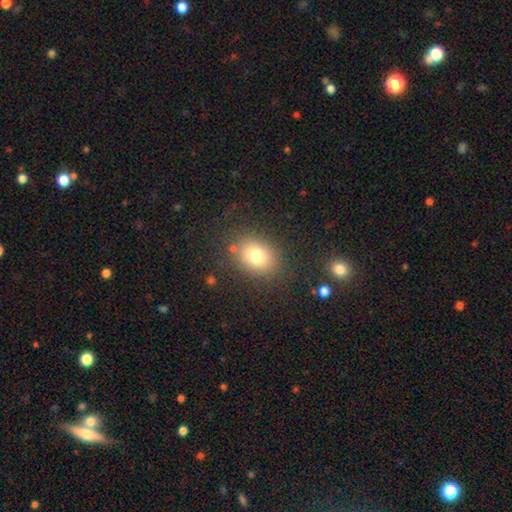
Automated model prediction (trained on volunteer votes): smooth-or-featured: smooth: 77% | star or artifact: 12% | featured or disk: 11%
  how-rounded: in between: 54% | round: 45% | cigar-shaped: 1%
  merging: none: 82% | minor disturbance: 10% | major disturbance: 5% | merger: 3%